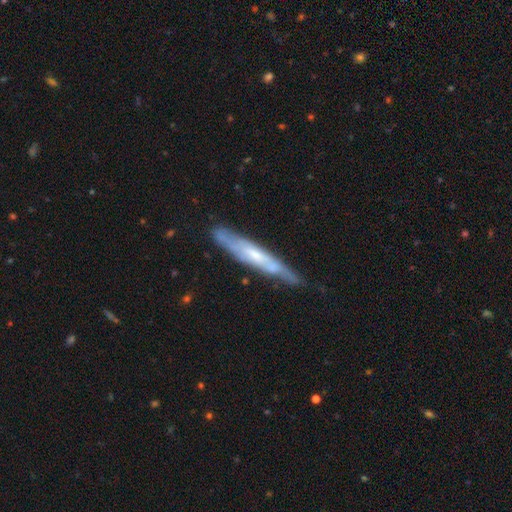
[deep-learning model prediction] Overall: featured or disk (66%; smooth 28%). Edge-on disk: yes (73%). Merging: none (74%).